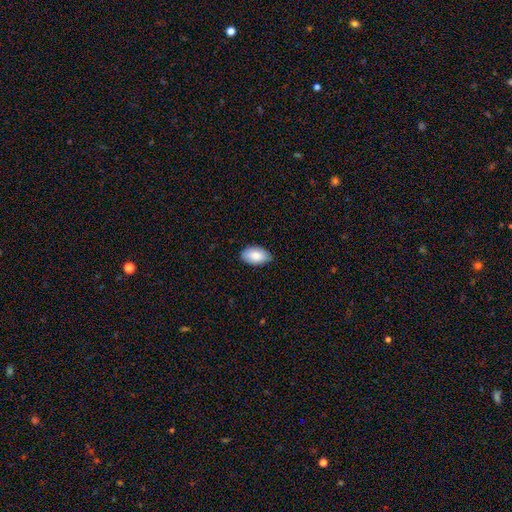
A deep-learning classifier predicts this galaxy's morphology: A smooth galaxy with no disk features (86%) that is in between round and cigar-shaped (95%). Merging: none (82%).